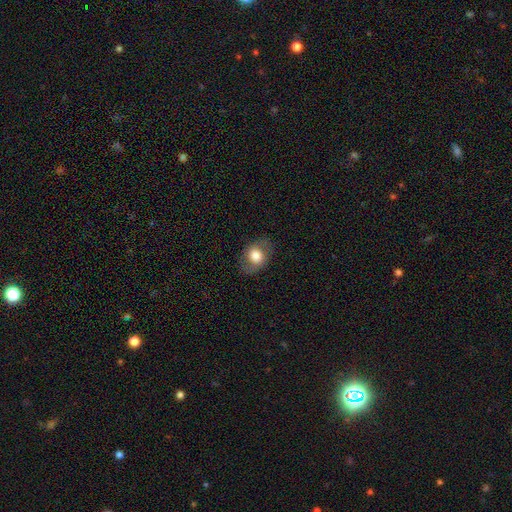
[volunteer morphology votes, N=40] Volunteers were most divided on "how rounded": in between: 73%, round: 27%, cigar-shaped: 0%. More confident: merging — none (89%); smooth or featured — smooth (75%).